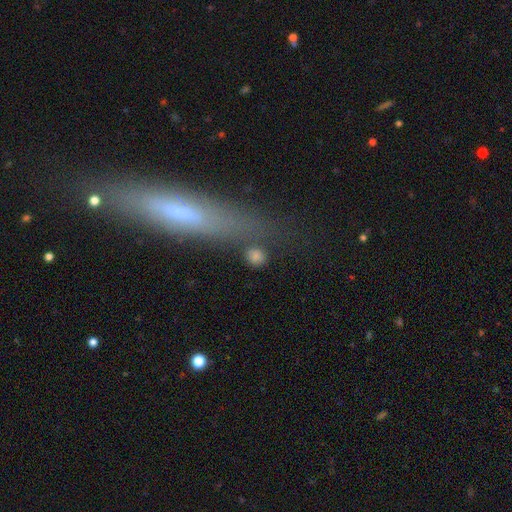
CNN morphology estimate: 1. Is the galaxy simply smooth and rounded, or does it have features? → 77% smooth, 15% star or artifact, 8% featured or disk.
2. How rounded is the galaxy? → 82% round, 15% in between, 3% cigar-shaped.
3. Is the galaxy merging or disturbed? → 70% none, 12% minor disturbance, 9% merger, 8% major disturbance.